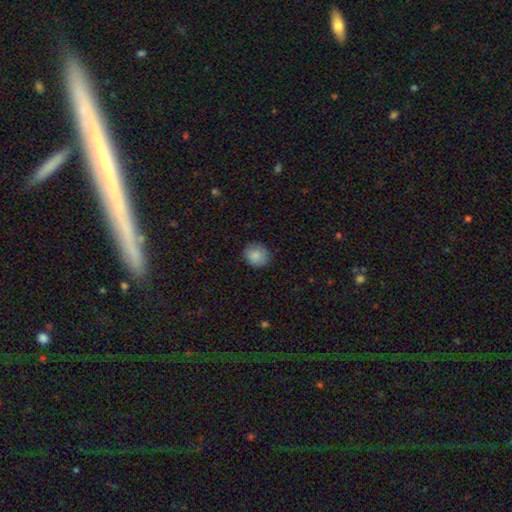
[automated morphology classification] The model was most divided on "how rounded": round: 84%, in between: 15%, cigar-shaped: 1%. More confident: smooth or featured — smooth (87%); merging — none (84%).